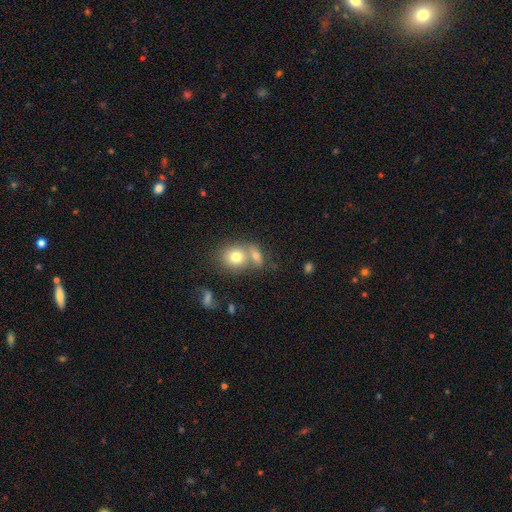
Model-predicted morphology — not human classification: type=smooth (73%); roundness=in between (58%); merging=merger (54%).